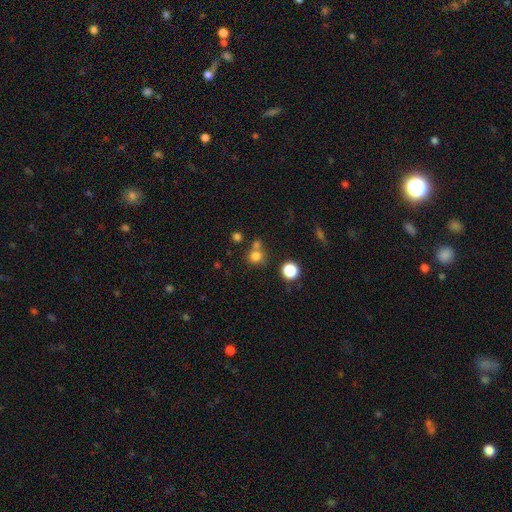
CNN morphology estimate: The model was most divided on "merging": none: 57%, merger: 28%, minor disturbance: 10%, major disturbance: 5%. More confident: how rounded — round (81%); smooth or featured — smooth (76%).